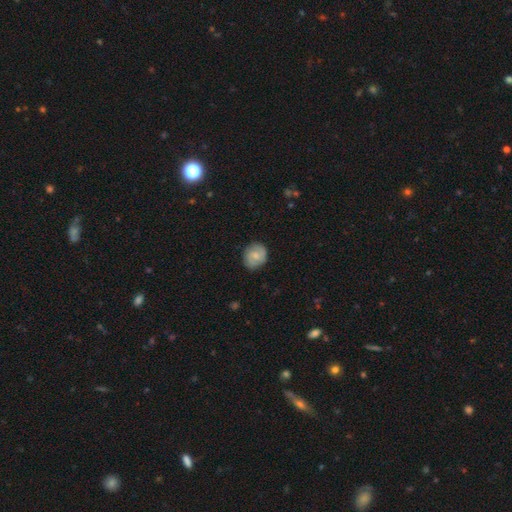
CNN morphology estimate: Smooth or featured? smooth (52%)
How rounded? round (74%)
Merging? none (82%)